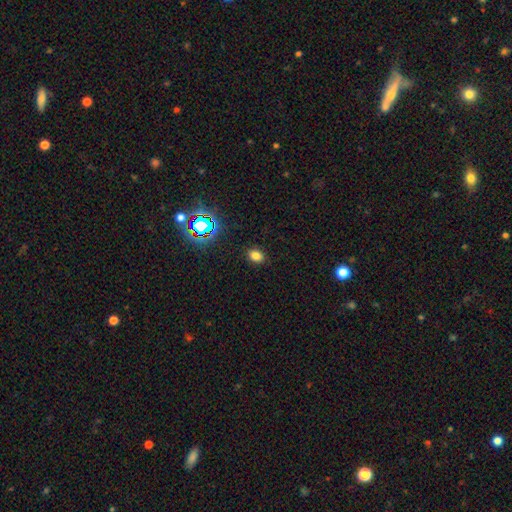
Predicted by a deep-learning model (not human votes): smooth-or-featured: smooth: 75% | star or artifact: 19% | featured or disk: 6%
  how-rounded: in between: 65% | round: 34% | cigar-shaped: 1%
  merging: none: 88% | minor disturbance: 8% | major disturbance: 3% | merger: 1%